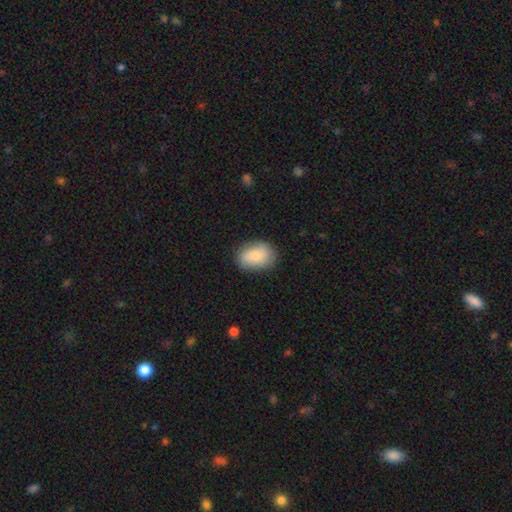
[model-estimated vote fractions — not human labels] This is clearly a smooth galaxy (83%). How rounded: likely in between (75%). Merging: clearly none (81%).